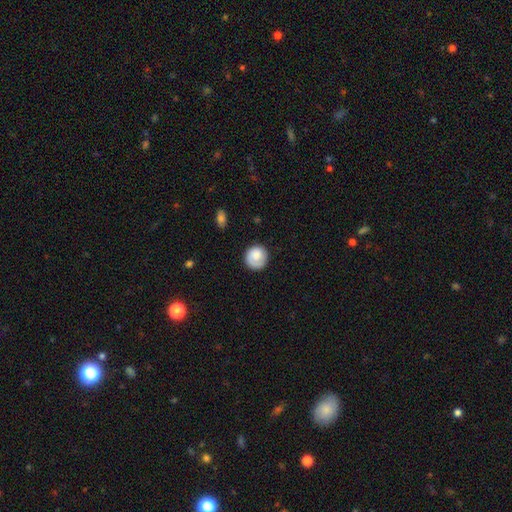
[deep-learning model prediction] smooth-or-featured: smooth: 79% | featured or disk: 15% | star or artifact: 6%
  how-rounded: round: 90% | in between: 9% | cigar-shaped: 1%
  merging: none: 78% | minor disturbance: 15% | major disturbance: 5% | merger: 1%